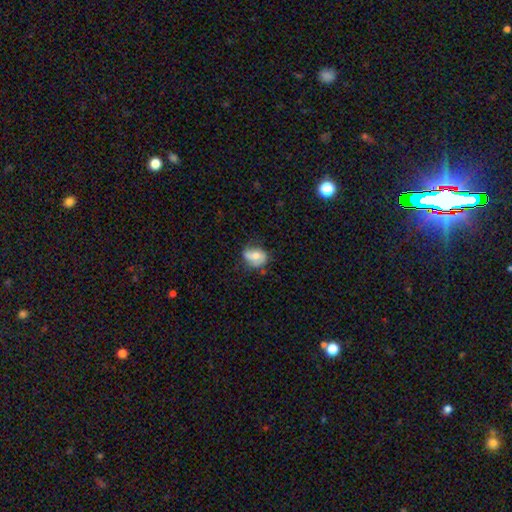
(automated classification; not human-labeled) Morphology: type=smooth (53%); roundness=in between (52%); merging=none (54%).